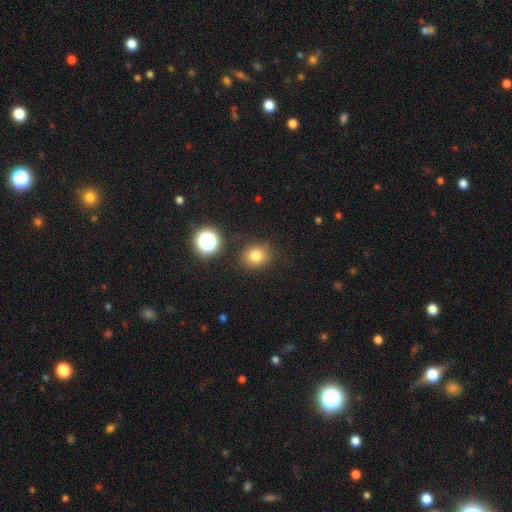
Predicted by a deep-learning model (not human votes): Q: Smooth or featured?
A: smooth (79%); runner-up: star or artifact (15%)
Q: How rounded?
A: round (73%); runner-up: in between (26%)
Q: Merging?
A: none (85%); runner-up: minor disturbance (10%)